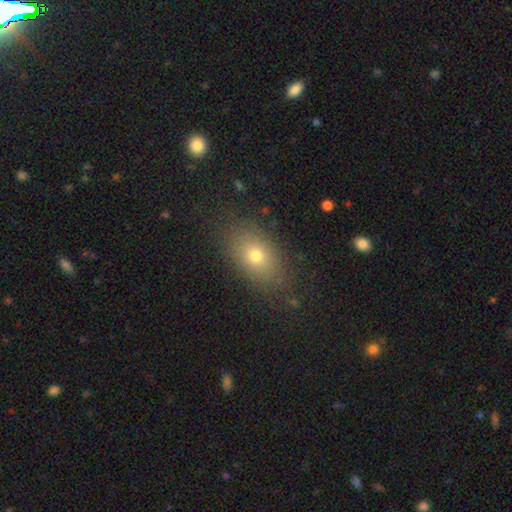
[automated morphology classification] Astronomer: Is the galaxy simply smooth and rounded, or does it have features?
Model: smooth — 71%.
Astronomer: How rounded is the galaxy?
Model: in between — 79%.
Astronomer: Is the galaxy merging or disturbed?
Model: none — 84%.